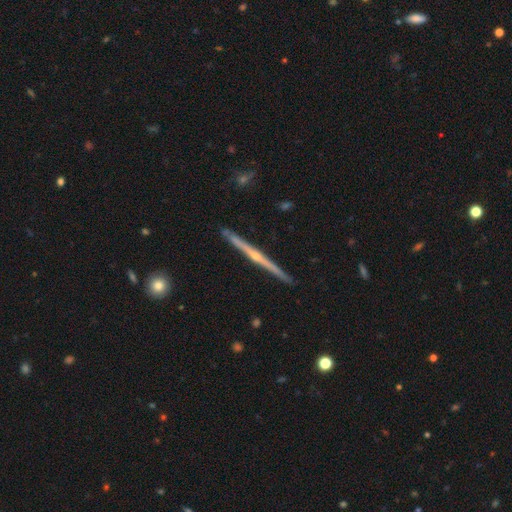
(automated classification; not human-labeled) A featured or disk galaxy (83%) viewed edge-on (99%) with a rounded central bulge (78%).

Vote fractions:
- Smooth or featured? featured or disk: 83% / smooth: 12% / star or artifact: 5%
- Edge-on disk? yes: 99% / no: 1%
- Edge-on bulge? rounded: 78% / none: 18% / boxy: 4%
- Merging? none: 92% / minor disturbance: 6% / merger: 1% / major disturbance: 1%